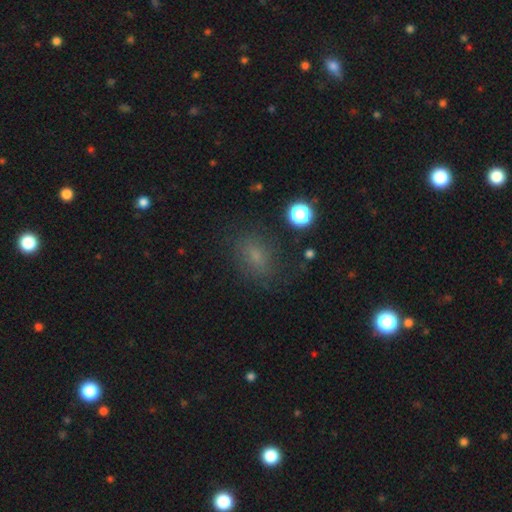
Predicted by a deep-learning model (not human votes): This appears to be a smooth galaxy with no disk features (66%) that is in between round and cigar-shaped (74%). Merging: none (75%).